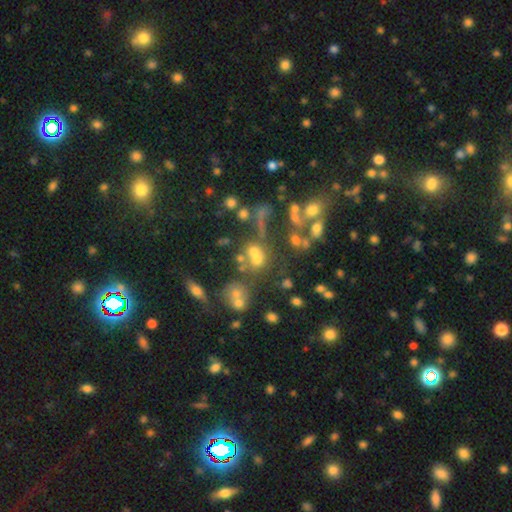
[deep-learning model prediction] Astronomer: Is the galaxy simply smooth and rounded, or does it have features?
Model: smooth — 54%.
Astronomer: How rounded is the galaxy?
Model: round — 71%.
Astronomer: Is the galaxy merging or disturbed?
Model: merger — 42% (runner-up: none, 37%).